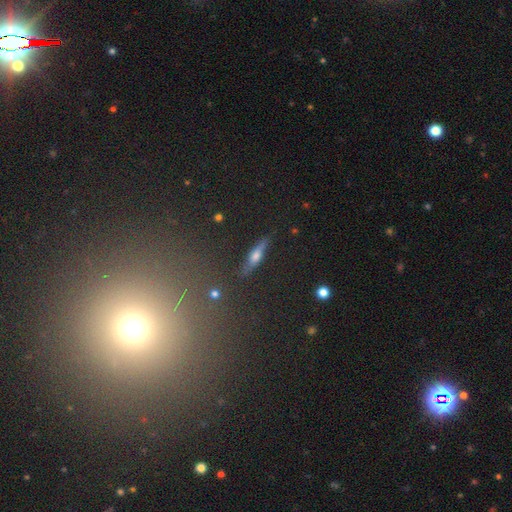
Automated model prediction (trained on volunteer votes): Smooth or featured? featured or disk (52%)
Edge-on disk? yes (86%)
Merging? none (83%)